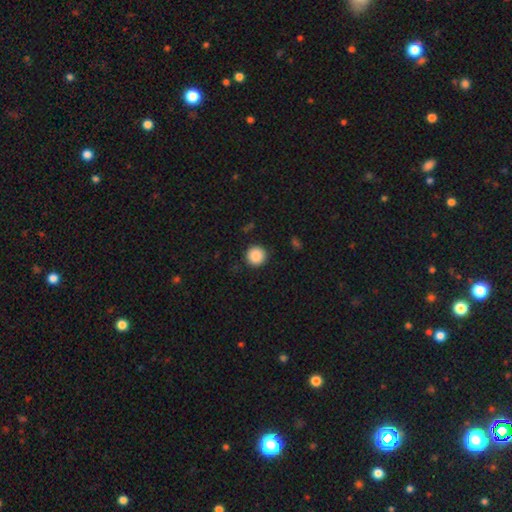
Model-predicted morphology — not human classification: The model was most divided on "smooth or featured": smooth: 88%, star or artifact: 9%, featured or disk: 3%. More confident: how rounded — round (95%); merging — none (91%).